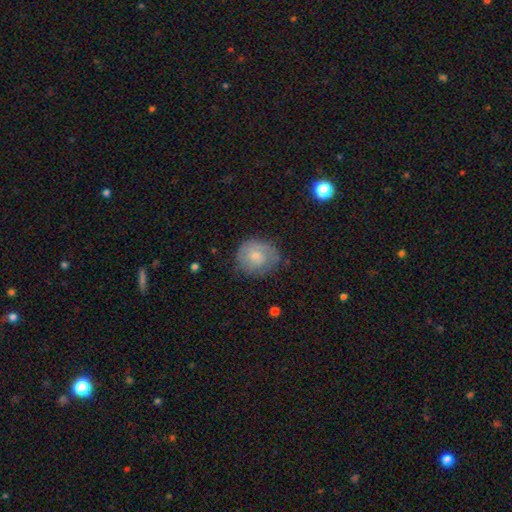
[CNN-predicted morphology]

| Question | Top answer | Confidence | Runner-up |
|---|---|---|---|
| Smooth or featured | smooth | 56% | featured or disk (36%) |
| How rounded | round | 75% | in between (24%) |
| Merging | none | 65% | minor disturbance (24%) |